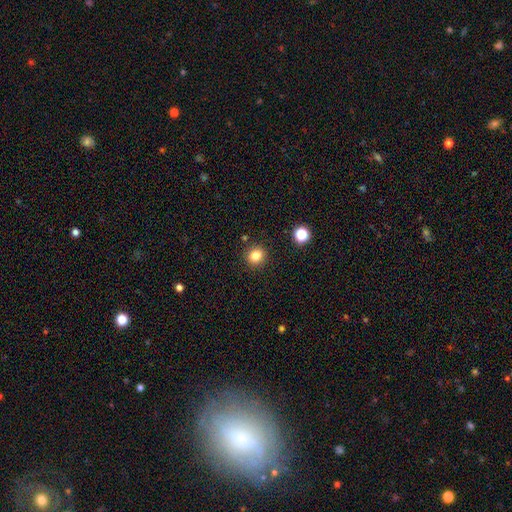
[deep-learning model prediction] The model was most divided on "smooth or featured": smooth: 82%, star or artifact: 13%, featured or disk: 6%. More confident: merging — none (89%); how rounded — round (88%).